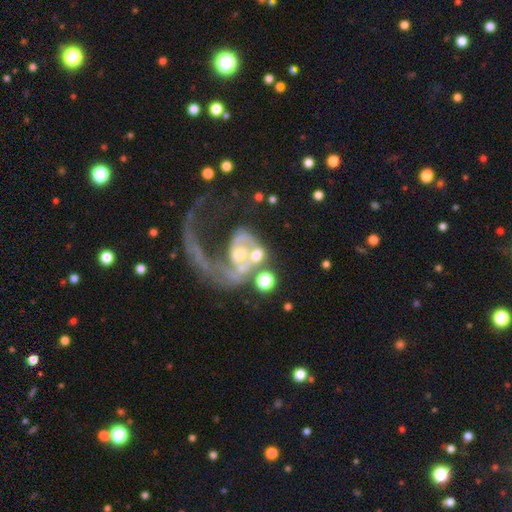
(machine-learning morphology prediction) Overall: featured or disk (68%). Edge-on disk: no (97%). Bar: no (71%). Spiral arms: yes (67%; no 33%). Bulge size: moderate (55%; small 24%). Merging: merger (48%; major disturbance 31%).